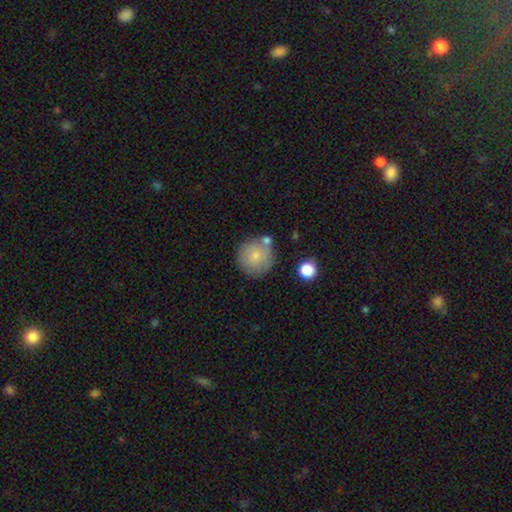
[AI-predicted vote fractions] Overall: smooth (73%). How rounded: round (93%). Merging: none (67%).